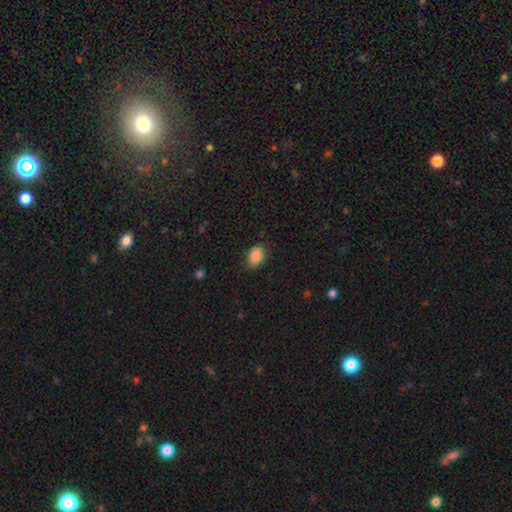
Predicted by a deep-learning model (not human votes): Smooth or featured: smooth — 86% (star or artifact — 8%)
How rounded: in between — 80% (round — 19%)
Merging: none — 82% (minor disturbance — 14%)